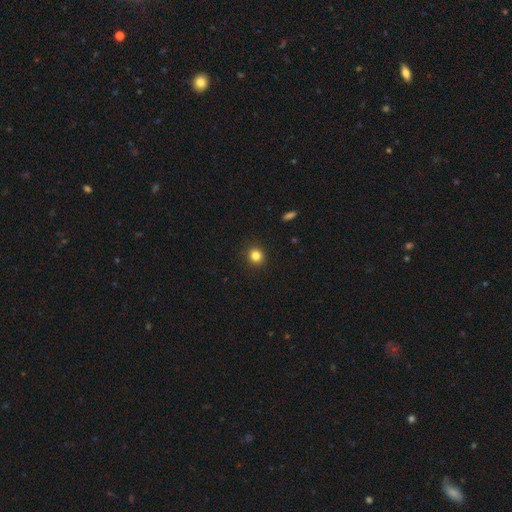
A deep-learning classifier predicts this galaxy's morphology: smooth 83%, star or artifact 12%, featured or disk 5%. Down the decision tree: how rounded — round (87%); merging — none (91%).